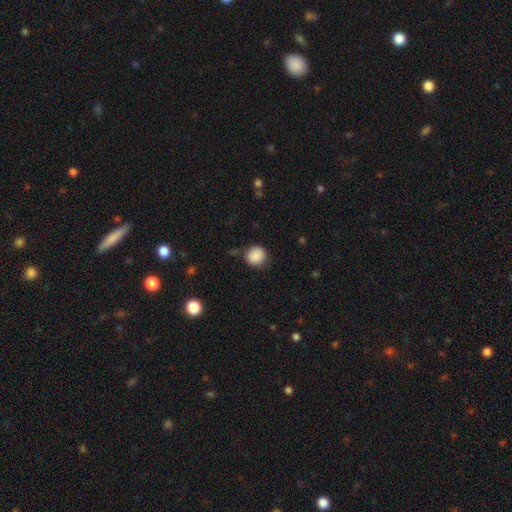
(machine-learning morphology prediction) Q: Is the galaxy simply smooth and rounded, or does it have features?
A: smooth — 88%.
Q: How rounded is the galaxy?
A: round — 88%.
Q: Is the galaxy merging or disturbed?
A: none — 83%.